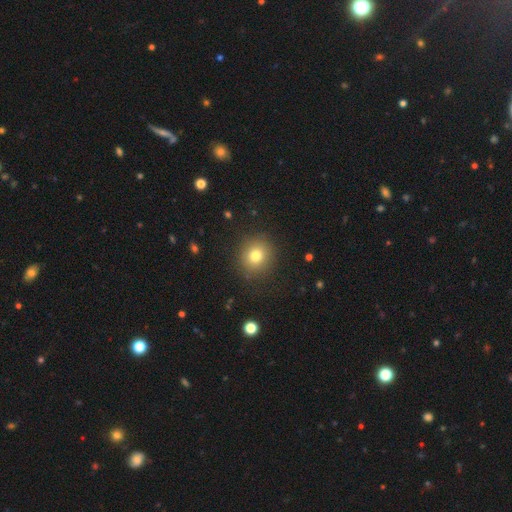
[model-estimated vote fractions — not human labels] Q: Smooth or featured?
A: smooth (78%); runner-up: star or artifact (13%)
Q: How rounded?
A: round (85%); runner-up: in between (14%)
Q: Merging?
A: none (88%); runner-up: minor disturbance (8%)